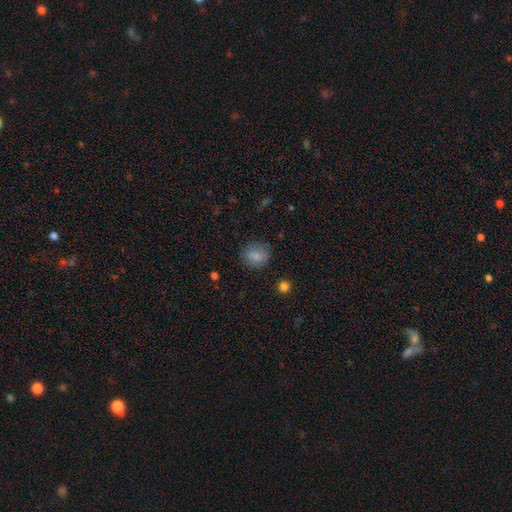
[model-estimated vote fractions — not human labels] smooth 82%, star or artifact 10%, featured or disk 9%. Down the decision tree: how rounded — round (71%); merging — none (82%).